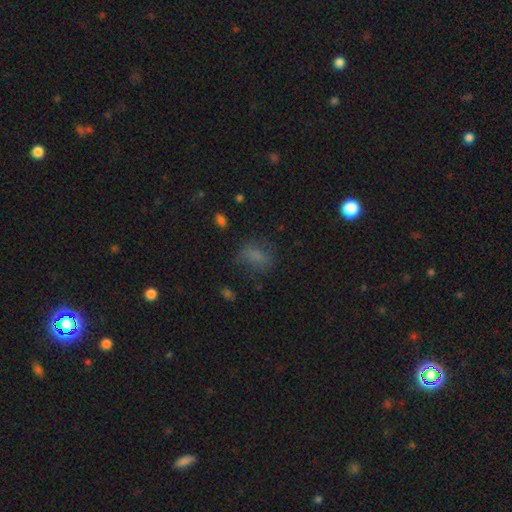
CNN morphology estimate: smooth-or-featured: smooth: 70% | star or artifact: 17% | featured or disk: 13%
  how-rounded: in between: 72% | round: 22% | cigar-shaped: 6%
  merging: none: 61% | minor disturbance: 22% | major disturbance: 15% | merger: 2%